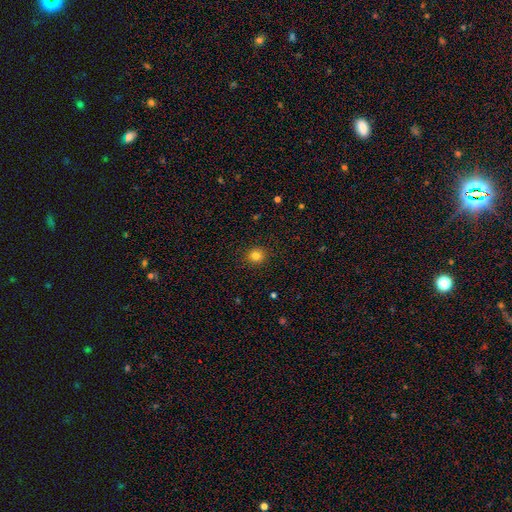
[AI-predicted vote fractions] A smooth galaxy with no disk features (82%) that is round (90%). Merging: none (92%).